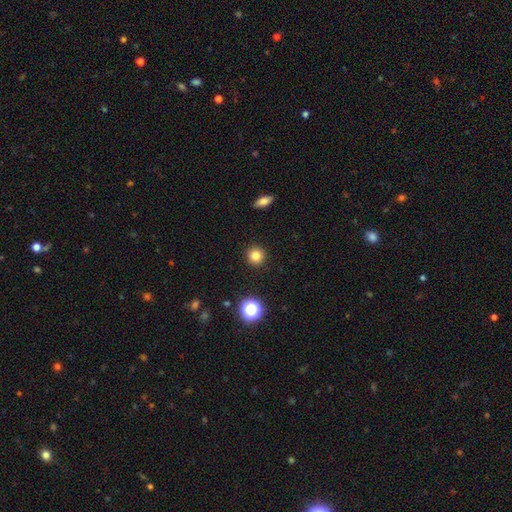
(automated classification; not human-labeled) Smooth or featured: smooth — 83% (star or artifact — 13%)
How rounded: round — 94% (in between — 5%)
Merging: none — 92% (minor disturbance — 5%)